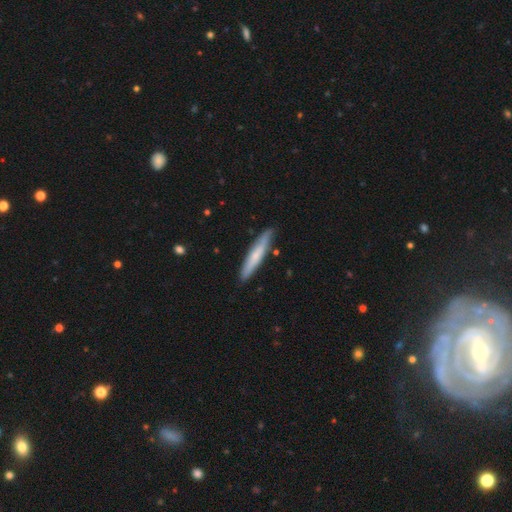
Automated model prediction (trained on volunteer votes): smooth-or-featured: smooth: 63% | featured or disk: 32% | star or artifact: 5%
  how-rounded: cigar-shaped: 92% | in between: 7% | round: 1%
  merging: none: 87% | minor disturbance: 10% | major disturbance: 2% | merger: 2%